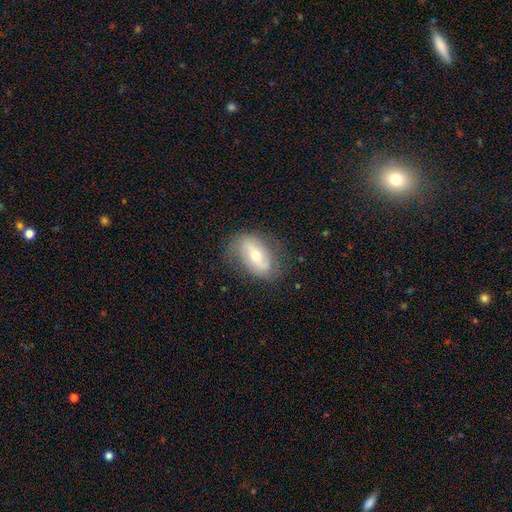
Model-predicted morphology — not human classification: featured or disk 55%, smooth 38%, star or artifact 8%. Down the decision tree: edge-on disk — no (88%); merging — none (76%).